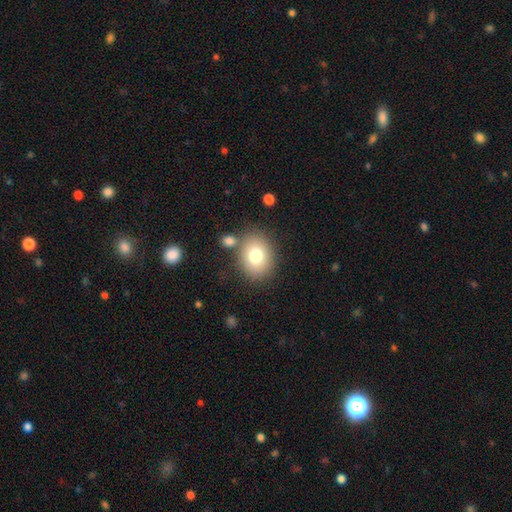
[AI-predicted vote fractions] Smooth or featured?
  - smooth: 77% *
  - featured or disk: 13%
  - star or artifact: 10%
How rounded?
  - in between: 51% *
  - round: 48%
  - cigar-shaped: 1%
Merging?
  - none: 75% *
  - minor disturbance: 11%
  - merger: 10%
  - major disturbance: 4%